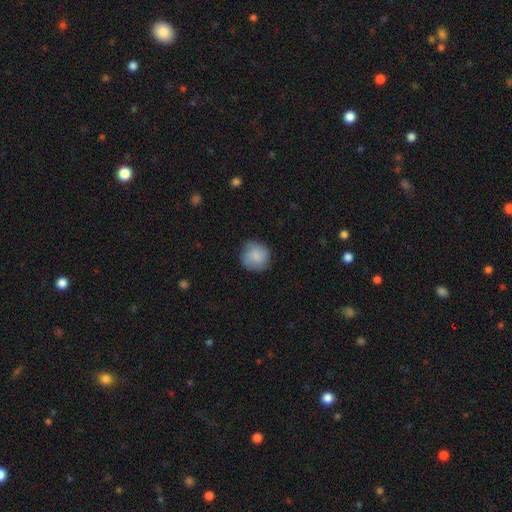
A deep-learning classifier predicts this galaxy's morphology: This is clearly a smooth galaxy (81%). How rounded: clearly round (91%). Merging: clearly none (81%).